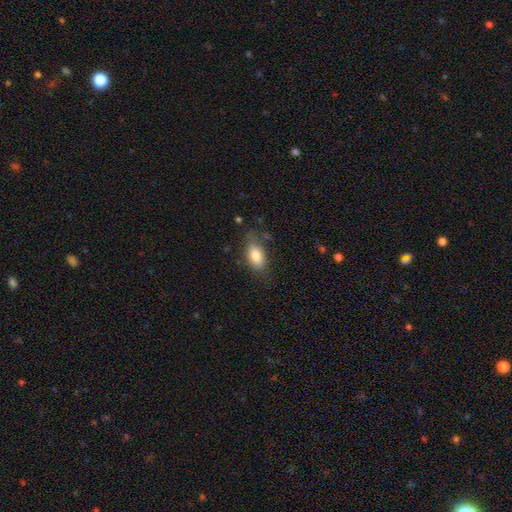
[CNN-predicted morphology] Smooth or featured? smooth (81%)
How rounded? in between (89%)
Merging? none (71%)